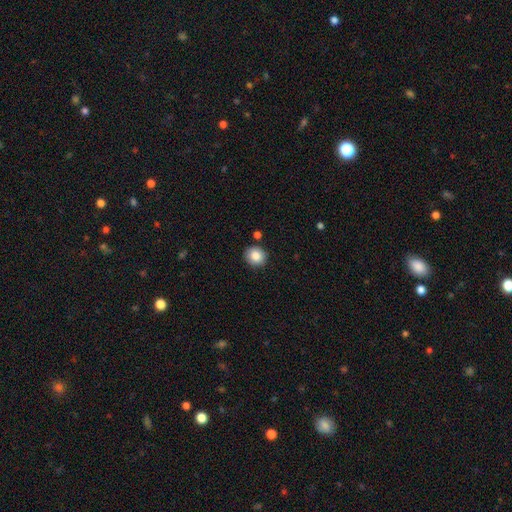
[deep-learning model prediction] This appears to be a smooth galaxy with no disk features (86%) that is round (85%). Merging: none (86%).